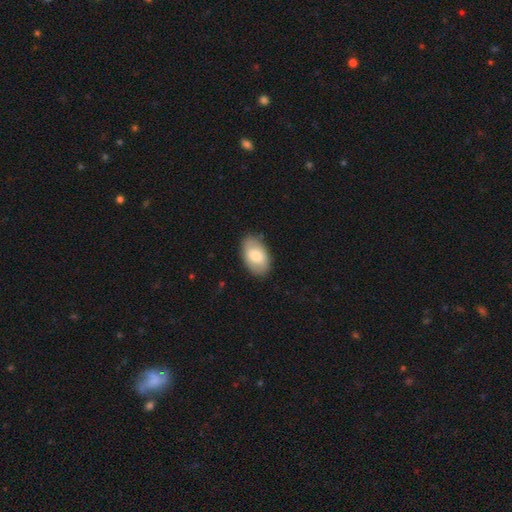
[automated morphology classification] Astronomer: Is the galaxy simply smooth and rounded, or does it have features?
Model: smooth — 74%.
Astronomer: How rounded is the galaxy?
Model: in between — 94%.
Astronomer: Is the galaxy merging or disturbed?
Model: none — 84%.